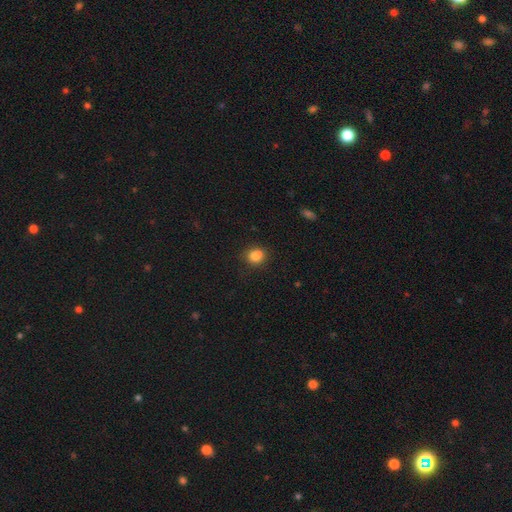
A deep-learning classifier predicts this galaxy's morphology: Overall: smooth (83%). How rounded: round (60%; in between 39%). Merging: none (72%).